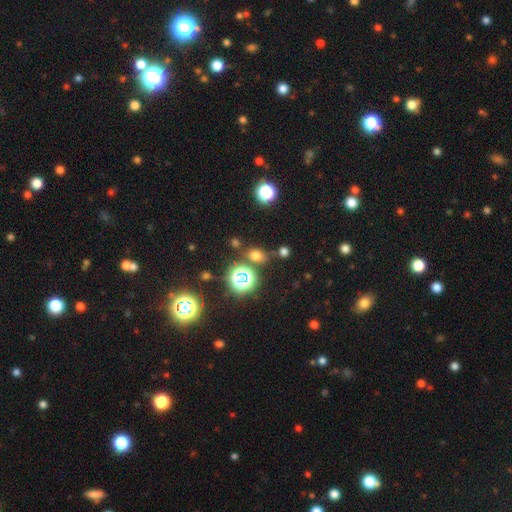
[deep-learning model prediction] Q: Smooth or featured?
A: smooth (62%); runner-up: star or artifact (30%)
Q: How rounded?
A: in between (54%); runner-up: round (44%)
Q: Merging?
A: none (76%); runner-up: minor disturbance (12%)